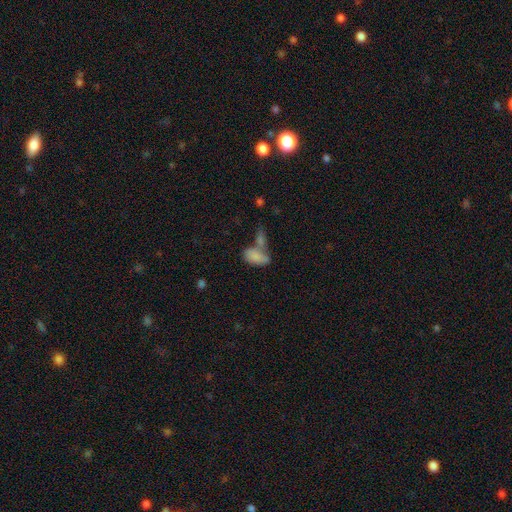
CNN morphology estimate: A smooth galaxy with no disk features (80%) that is in between round and cigar-shaped (92%).

Vote fractions:
- Smooth or featured? smooth: 80% / featured or disk: 12% / star or artifact: 8%
- How rounded? in between: 92% / round: 5% / cigar-shaped: 3%
- Merging? merger: 47% / none: 32% / minor disturbance: 14% / major disturbance: 7%